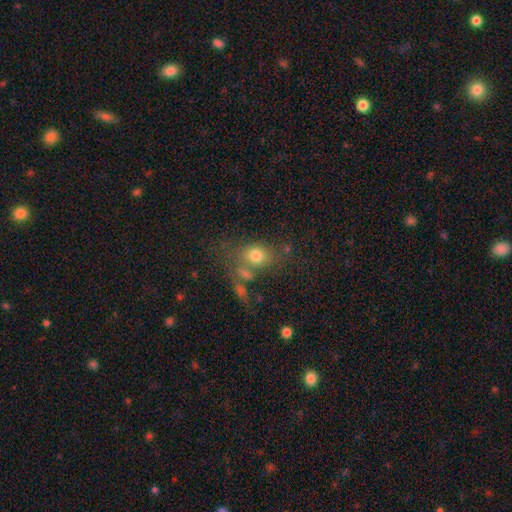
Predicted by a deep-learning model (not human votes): Smooth or featured?
  - smooth: 73% *
  - featured or disk: 14%
  - star or artifact: 13%
How rounded?
  - in between: 49% * (tied)
  - round: 49% * (tied)
  - cigar-shaped: 2%
Merging?
  - none: 50% *
  - merger: 25%
  - minor disturbance: 15%
  - major disturbance: 11%